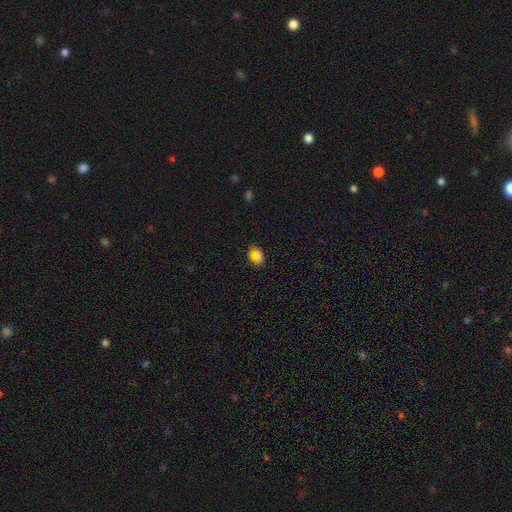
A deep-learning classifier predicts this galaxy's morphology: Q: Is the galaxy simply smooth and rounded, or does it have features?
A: smooth — 75%.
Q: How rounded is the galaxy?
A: in between — 67%.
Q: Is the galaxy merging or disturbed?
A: none — 79%.